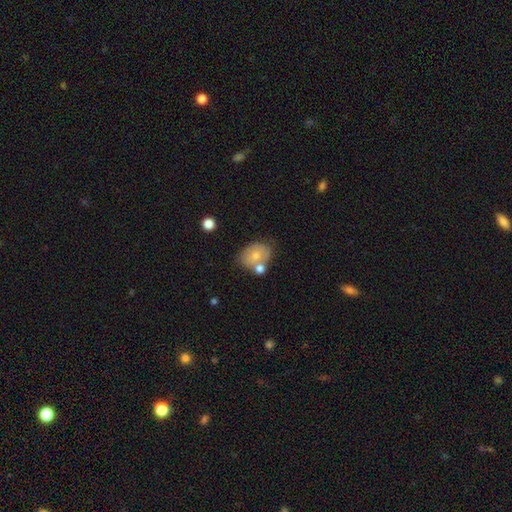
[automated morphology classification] The model was most divided on "merging": none: 50%, merger: 27%, minor disturbance: 17%, major disturbance: 5%. More confident: smooth or featured — smooth (68%); how rounded — in between (61%).